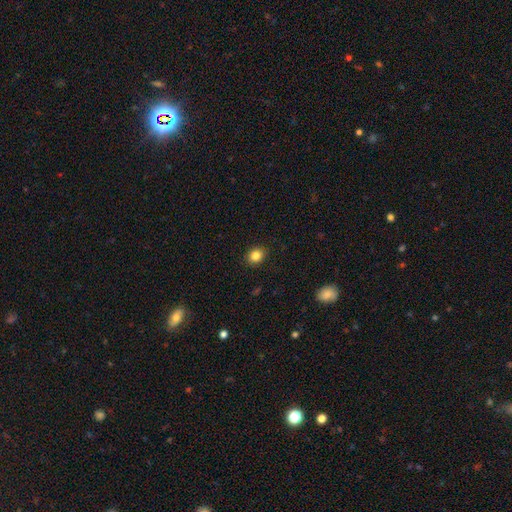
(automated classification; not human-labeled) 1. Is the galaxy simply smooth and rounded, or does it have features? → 84% smooth, 10% star or artifact, 6% featured or disk.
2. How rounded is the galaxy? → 65% round, 34% in between, 1% cigar-shaped.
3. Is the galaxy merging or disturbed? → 90% none, 7% minor disturbance, 2% major disturbance, 1% merger.